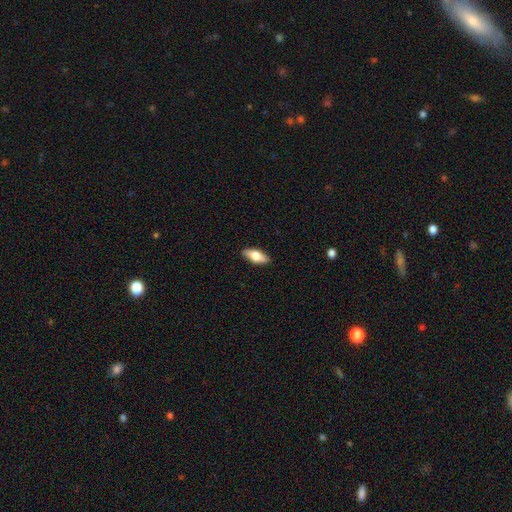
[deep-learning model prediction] Smooth or featured? Predicted: smooth (p=0.65). How rounded? Predicted: in between (p=0.77). Merging? Predicted: none (p=0.89).